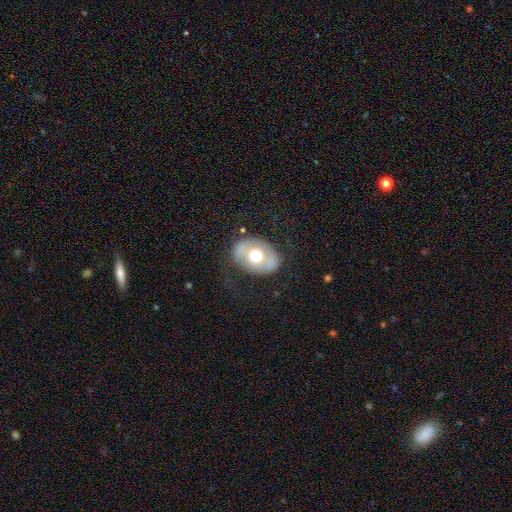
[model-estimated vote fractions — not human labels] Smooth or featured?
  - featured or disk: 47% * (tied)
  - smooth: 47% * (tied)
  - star or artifact: 7%
Merging?
  - none: 70% *
  - minor disturbance: 18%
  - major disturbance: 11%
  - merger: 2%